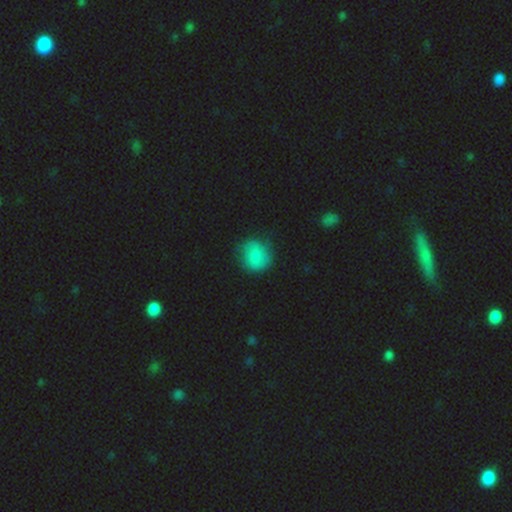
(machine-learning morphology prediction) Smooth or featured?
  - smooth: 68% *
  - featured or disk: 22%
  - star or artifact: 10%
How rounded?
  - round: 81% *
  - in between: 18%
  - cigar-shaped: 1%
Merging?
  - none: 71% *
  - minor disturbance: 20%
  - major disturbance: 7%
  - merger: 2%